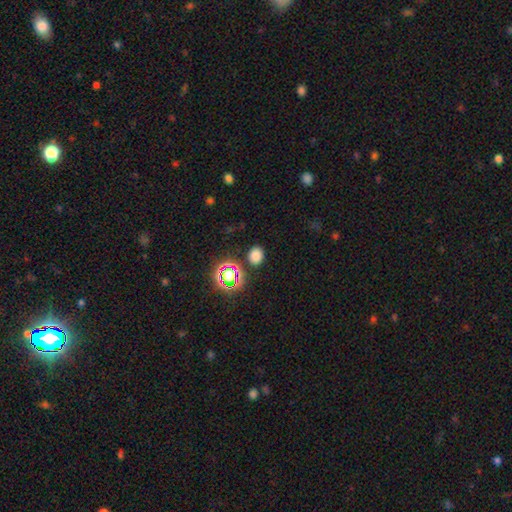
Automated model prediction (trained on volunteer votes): A smooth galaxy with no disk features (74%) that is round (62%). Merging: none (85%).